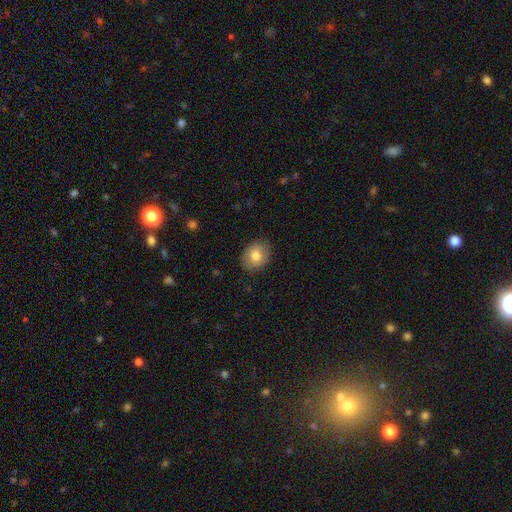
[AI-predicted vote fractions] Smooth or featured? Predicted: smooth (p=0.78). How rounded? Predicted: in between (p=0.52). Merging? Predicted: none (p=0.85).